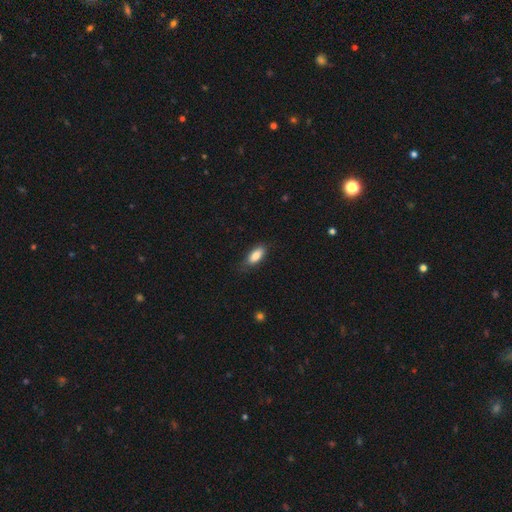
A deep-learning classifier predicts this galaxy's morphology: Smooth or featured? Predicted: smooth (p=0.83). How rounded? Predicted: in between (p=0.82). Merging? Predicted: none (p=0.76).